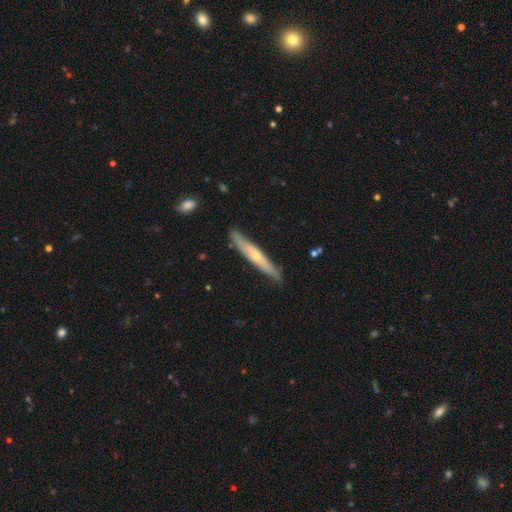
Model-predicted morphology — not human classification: Smooth or featured? featured or disk (56%)
Edge-on disk? yes (88%)
Merging? none (85%)